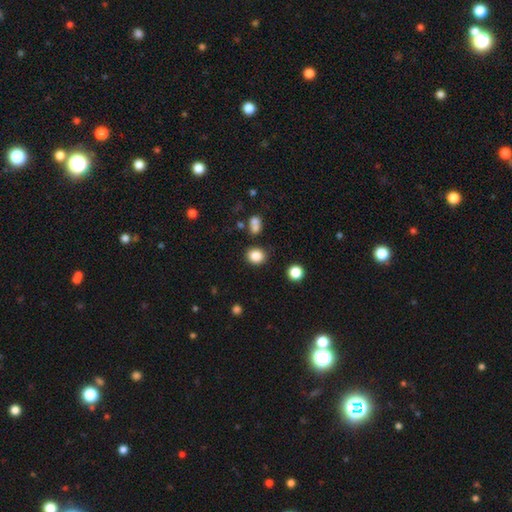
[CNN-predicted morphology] This is clearly a smooth galaxy (85%). How rounded: likely round (74%). Merging: clearly none (83%).